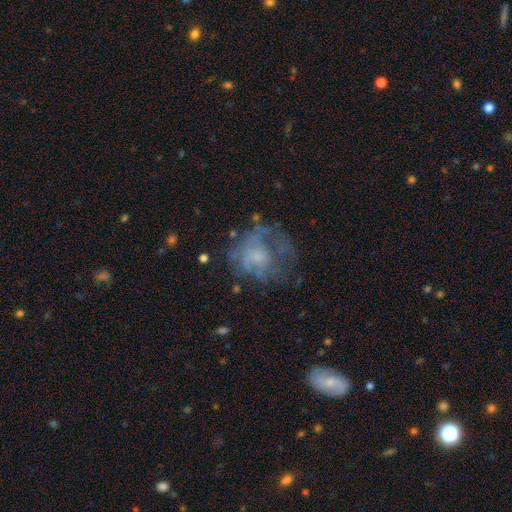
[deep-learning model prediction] Smooth or featured?
  - featured or disk: 50% *
  - smooth: 37%
  - star or artifact: 13%
Merging?
  - none: 43% *
  - major disturbance: 33%
  - minor disturbance: 21%
  - merger: 3%